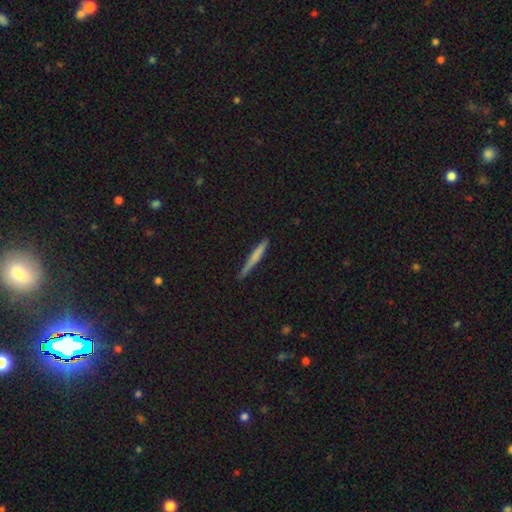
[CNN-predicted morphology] Smooth or featured? smooth (63%)
How rounded? cigar-shaped (96%)
Merging? none (84%)